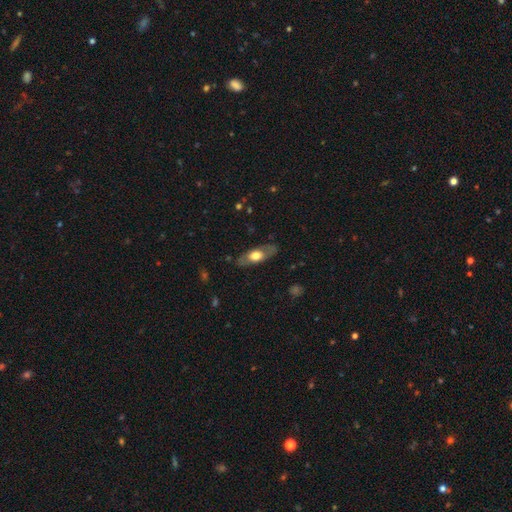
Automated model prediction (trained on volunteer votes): Morphology: type=smooth (52%); roundness=in between (74%); merging=none (80%).